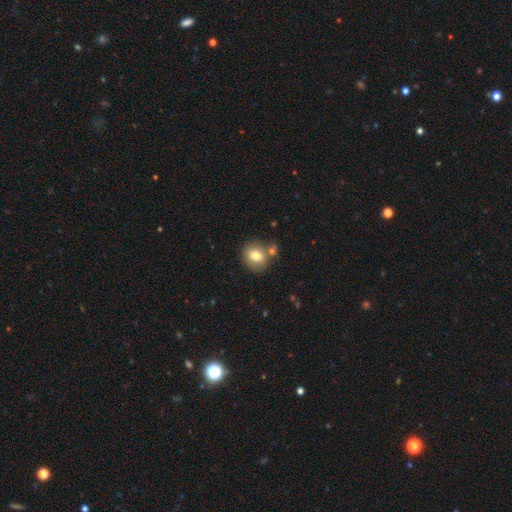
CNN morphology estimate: This is likely a smooth galaxy (78%). How rounded: likely round (70%). Merging: likely none (67%).